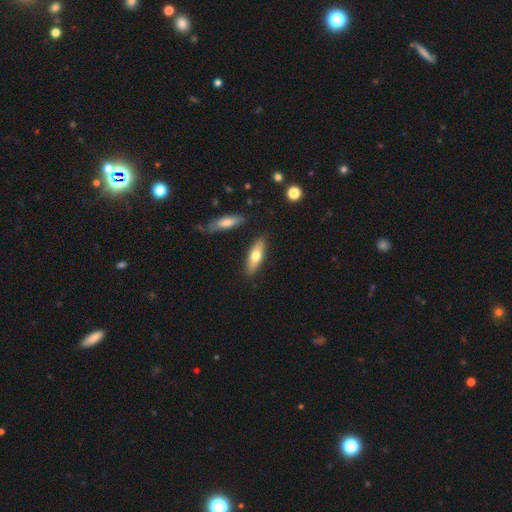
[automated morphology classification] smooth-or-featured: smooth: 60% | featured or disk: 34% | star or artifact: 6%
  how-rounded: cigar-shaped: 50% | in between: 48% | round: 2%
  merging: none: 84% | minor disturbance: 10% | merger: 4% | major disturbance: 2%